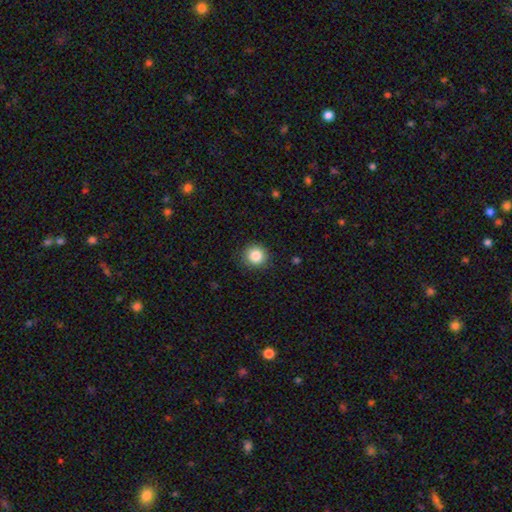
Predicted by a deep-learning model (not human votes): Q: Smooth or featured?
A: smooth (85%); runner-up: star or artifact (10%)
Q: How rounded?
A: round (91%); runner-up: in between (8%)
Q: Merging?
A: none (89%); runner-up: minor disturbance (8%)